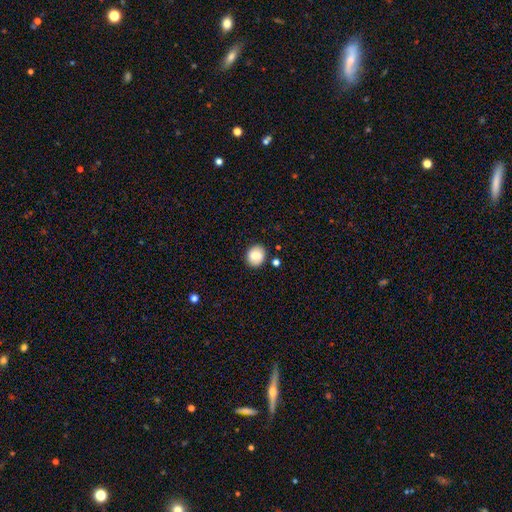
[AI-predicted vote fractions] Smooth or featured? Predicted: smooth (p=0.82). How rounded? Predicted: round (p=0.69). Merging? Predicted: none (p=0.83).